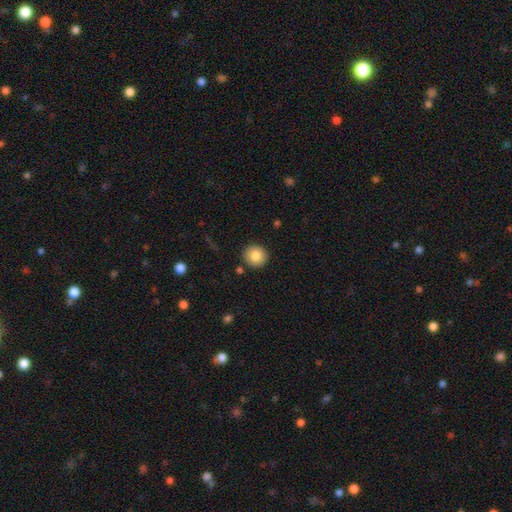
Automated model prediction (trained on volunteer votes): Morphology: type=smooth (84%); roundness=round (93%); merging=none (89%).